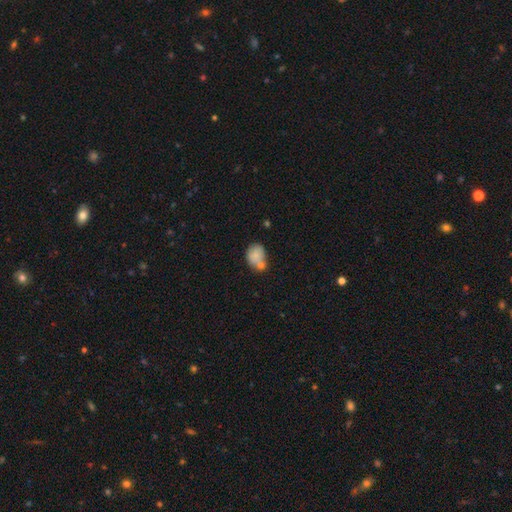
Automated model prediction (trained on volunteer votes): Smooth or featured? smooth (81%)
How rounded? in between (53%)
Merging? none (40%)